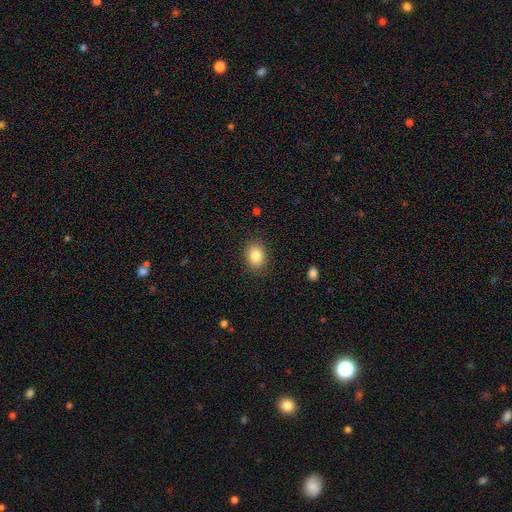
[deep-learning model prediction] Morphology: type=smooth (84%); roundness=in between (59%); merging=none (86%).